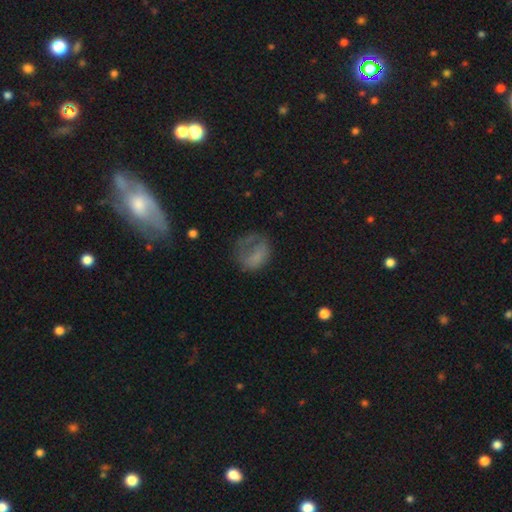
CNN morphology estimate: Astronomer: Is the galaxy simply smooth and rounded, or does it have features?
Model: smooth — 61%.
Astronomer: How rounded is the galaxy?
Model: in between — 50% (runner-up: round, 48%).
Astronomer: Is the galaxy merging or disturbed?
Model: major disturbance — 40% (runner-up: none, 34%).